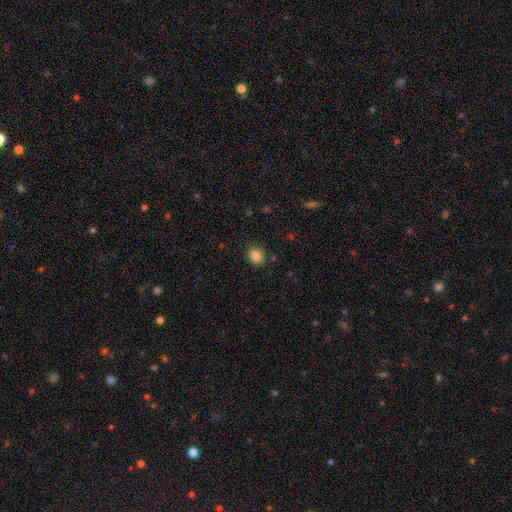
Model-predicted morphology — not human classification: This appears to be a smooth galaxy with no disk features (85%) that is round (66%). Merging: none (84%).